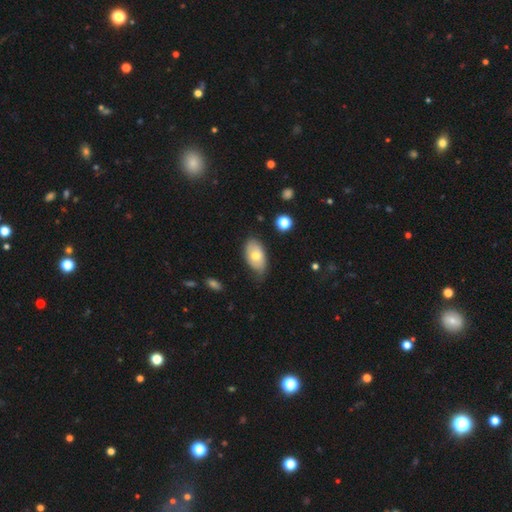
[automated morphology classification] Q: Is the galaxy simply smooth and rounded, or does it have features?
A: smooth — 67%.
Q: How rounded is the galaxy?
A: in between — 93%.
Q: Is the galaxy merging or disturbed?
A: none — 61%.